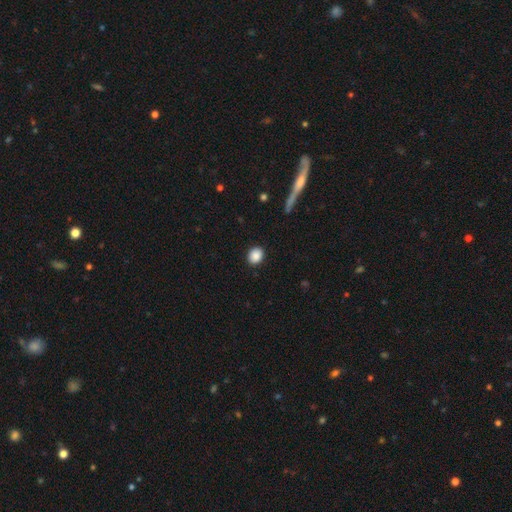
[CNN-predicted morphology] Q: Smooth or featured?
A: smooth (88%); runner-up: star or artifact (8%)
Q: How rounded?
A: round (61%); runner-up: in between (38%)
Q: Merging?
A: none (91%); runner-up: minor disturbance (6%)